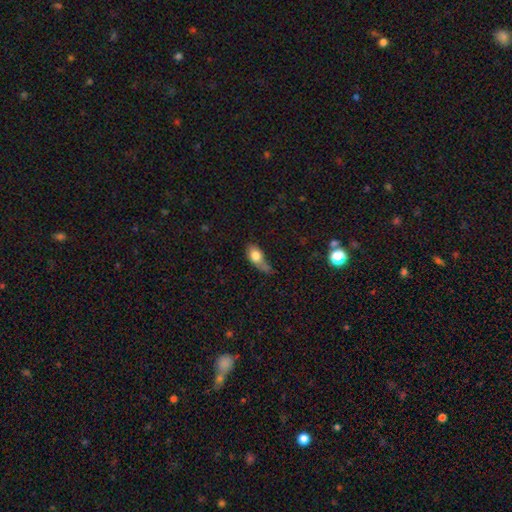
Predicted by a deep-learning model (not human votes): The model was most divided on "merging": minor disturbance: 38%, major disturbance: 29%, none: 26%, merger: 8%. More confident: how rounded — in between (78%); smooth or featured — smooth (77%).